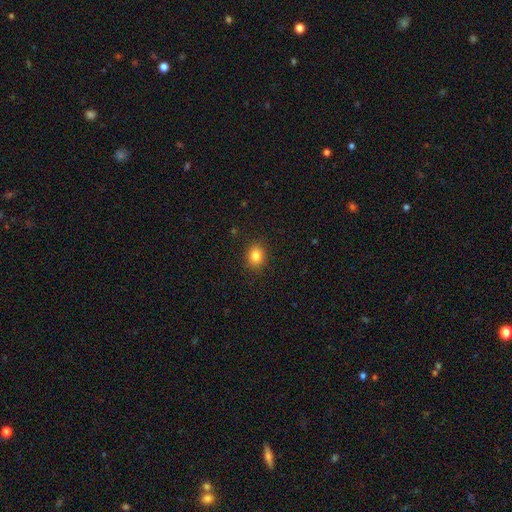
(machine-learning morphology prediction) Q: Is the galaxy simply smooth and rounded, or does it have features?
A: smooth — 83%.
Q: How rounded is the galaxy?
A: round — 62%.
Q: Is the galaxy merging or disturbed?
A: none — 89%.